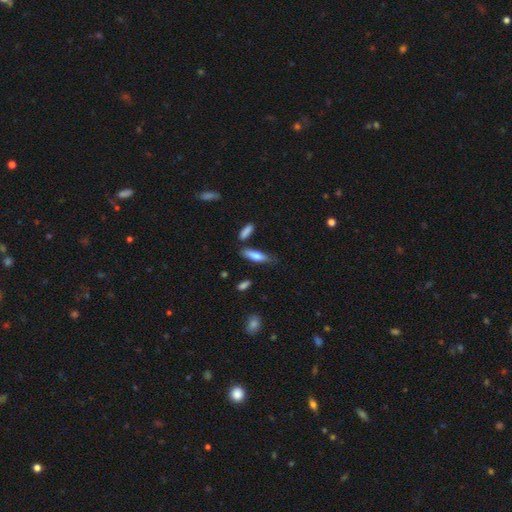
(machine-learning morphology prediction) Overall: smooth (74%). How rounded: cigar-shaped (59%; in between 39%). Merging: none (68%).